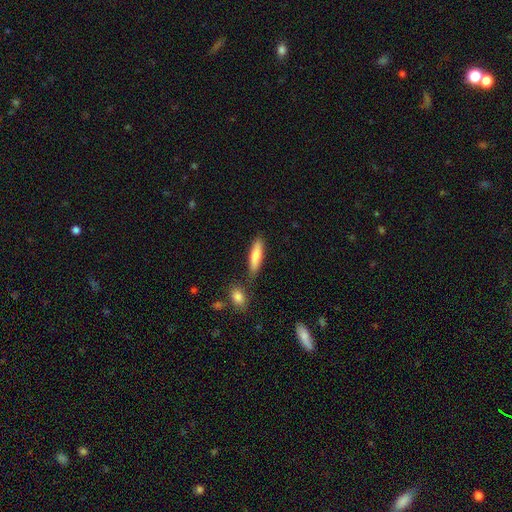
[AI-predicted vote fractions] Smooth or featured? smooth (76%)
How rounded? cigar-shaped (70%)
Merging? none (75%)